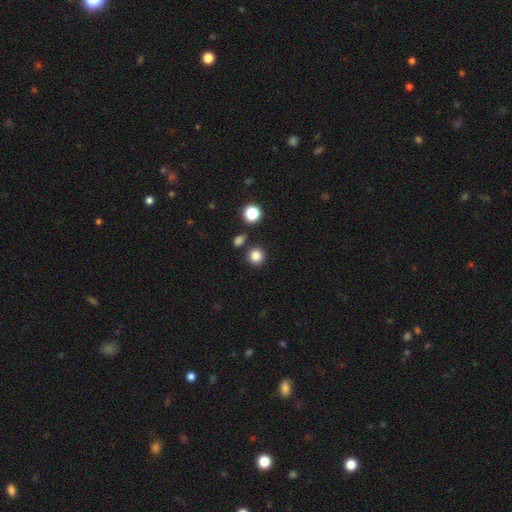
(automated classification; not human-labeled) A smooth galaxy with no disk features (84%) that is round (92%). Merging: none (84%).